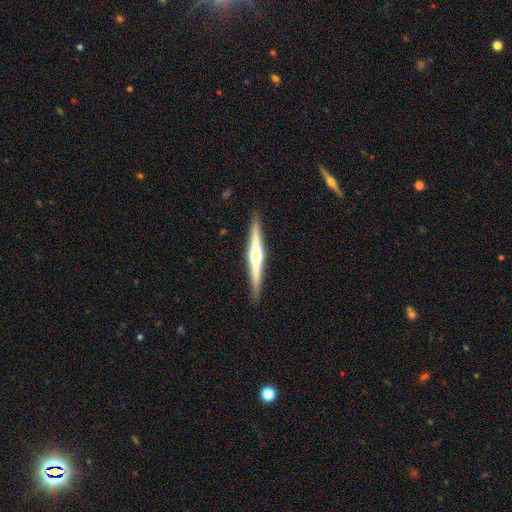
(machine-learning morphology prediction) A featured or disk galaxy (70%) viewed edge-on (98%) with a rounded central bulge (79%).

Vote fractions:
- Smooth or featured? featured or disk: 70% / smooth: 25% / star or artifact: 5%
- Edge-on disk? yes: 98% / no: 2%
- Edge-on bulge? rounded: 79% / boxy: 11% / none: 10%
- Merging? none: 91% / minor disturbance: 7% / major disturbance: 1% / merger: 1%